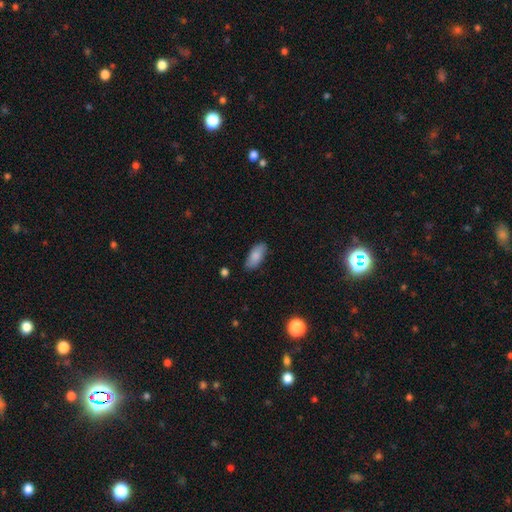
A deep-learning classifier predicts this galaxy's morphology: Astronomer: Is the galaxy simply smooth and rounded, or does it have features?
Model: smooth — 86%.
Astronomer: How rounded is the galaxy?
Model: in between — 87%.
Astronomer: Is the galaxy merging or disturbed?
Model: none — 84%.